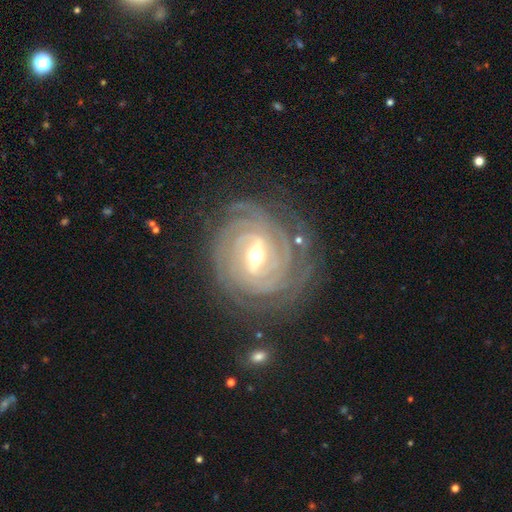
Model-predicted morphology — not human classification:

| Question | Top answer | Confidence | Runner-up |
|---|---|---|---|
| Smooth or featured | featured or disk | 92% | star or artifact (4%) |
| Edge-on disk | no | 96% | yes (4%) |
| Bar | strong | 58% | weak (35%) |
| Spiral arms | yes | 98% | no (2%) |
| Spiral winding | tight | 86% | medium (12%) |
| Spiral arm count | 4 | 31% | 3 (19%) |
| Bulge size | moderate | 65% | small (27%) |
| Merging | none | 80% | minor disturbance (14%) |